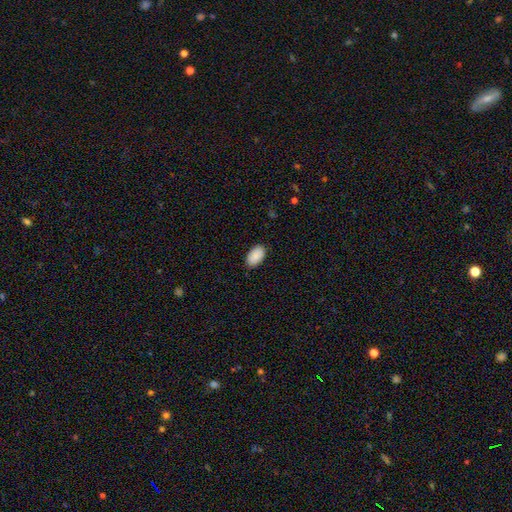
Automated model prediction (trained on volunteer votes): smooth_or_featured: smooth (p=0.90) [alt: star or artifact p=0.06]
how_rounded: in between (p=0.94) [alt: round p=0.04]
merging: none (p=0.86) [alt: minor disturbance p=0.11]